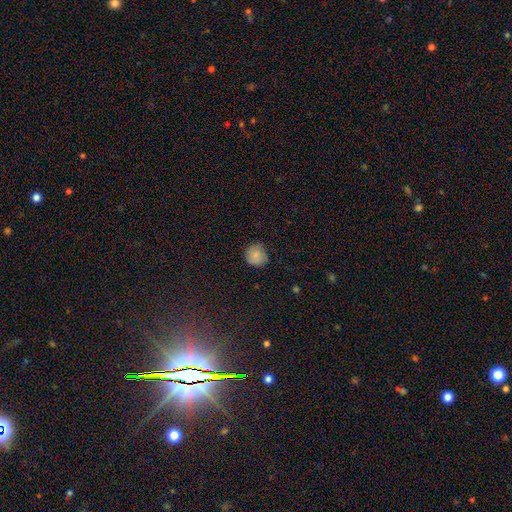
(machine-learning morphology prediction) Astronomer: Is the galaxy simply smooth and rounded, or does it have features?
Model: smooth — 85%.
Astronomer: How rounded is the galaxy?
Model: round — 89%.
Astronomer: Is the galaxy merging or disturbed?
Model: none — 80%.